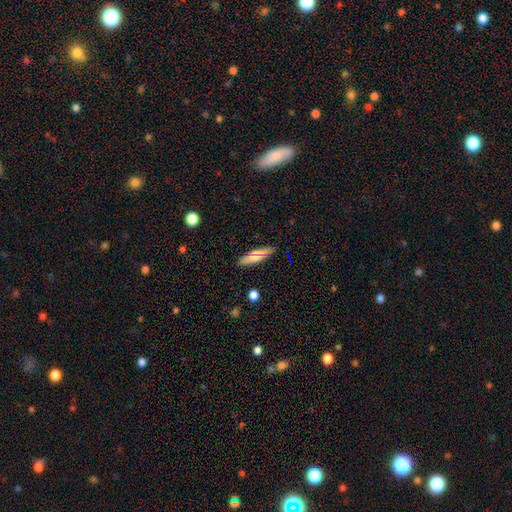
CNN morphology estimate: This appears to be a smooth galaxy with no disk features (68%) that is cigar-shaped (63%). Merging: none (86%).